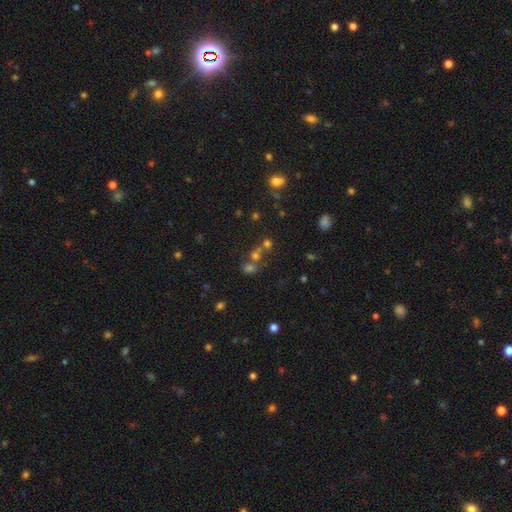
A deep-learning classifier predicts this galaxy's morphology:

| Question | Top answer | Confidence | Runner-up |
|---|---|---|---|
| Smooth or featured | smooth | 46% | star or artifact (41%) |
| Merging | none | 49% | merger (38%) |